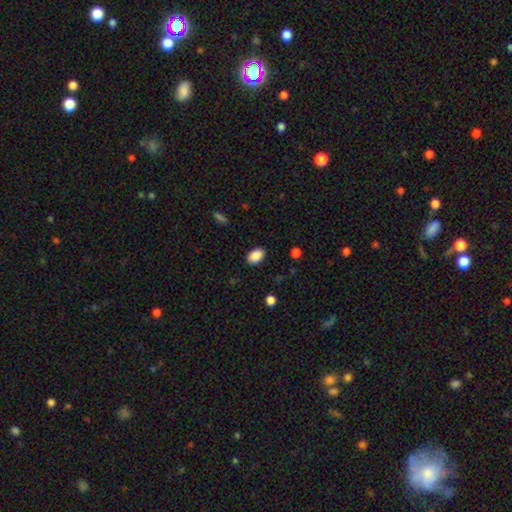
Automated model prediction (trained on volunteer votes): smooth-or-featured: smooth: 88% | star or artifact: 8% | featured or disk: 4%
  how-rounded: in between: 83% | round: 16% | cigar-shaped: 1%
  merging: none: 88% | minor disturbance: 9% | major disturbance: 2% | merger: 1%